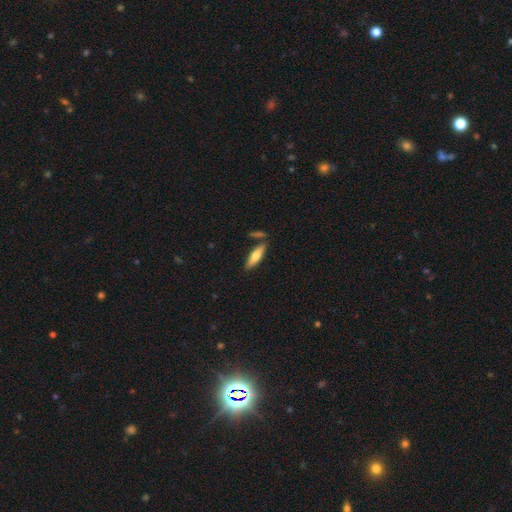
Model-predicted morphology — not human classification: Smooth or featured?
  - smooth: 68% *
  - featured or disk: 26%
  - star or artifact: 6%
How rounded?
  - cigar-shaped: 53% *
  - in between: 45%
  - round: 2%
Merging?
  - none: 79% *
  - minor disturbance: 11%
  - merger: 7%
  - major disturbance: 3%